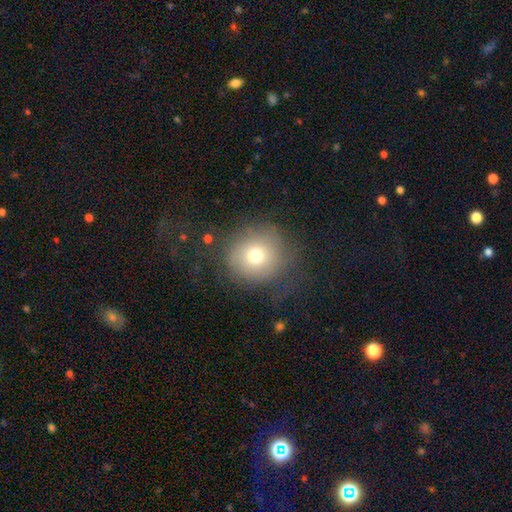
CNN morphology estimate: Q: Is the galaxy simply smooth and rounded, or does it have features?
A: smooth — 70%.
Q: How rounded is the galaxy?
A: round — 87%.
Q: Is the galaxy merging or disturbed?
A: none — 63%.